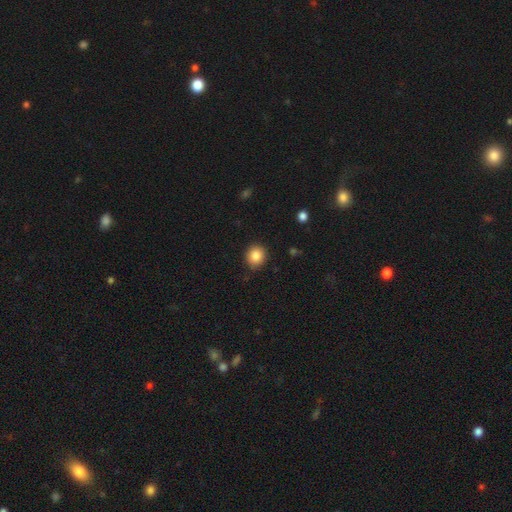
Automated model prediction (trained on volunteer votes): Smooth or featured? Predicted: smooth (p=0.85). How rounded? Predicted: round (p=0.83). Merging? Predicted: none (p=0.88).